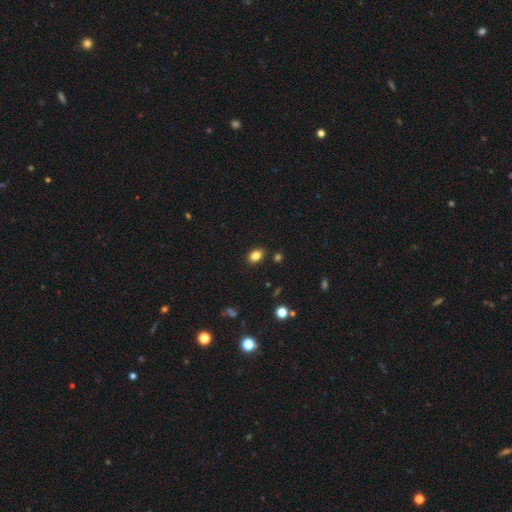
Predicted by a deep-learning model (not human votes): This is clearly a smooth galaxy (84%). How rounded: likely in between (74%). Merging: clearly none (88%).